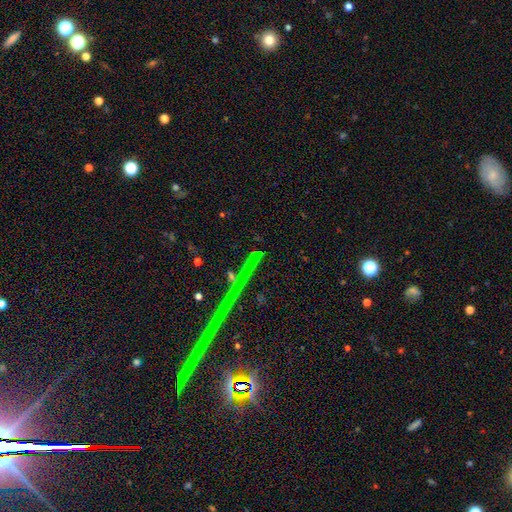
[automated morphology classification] Smooth or featured: star or artifact — 70% (featured or disk — 17%)